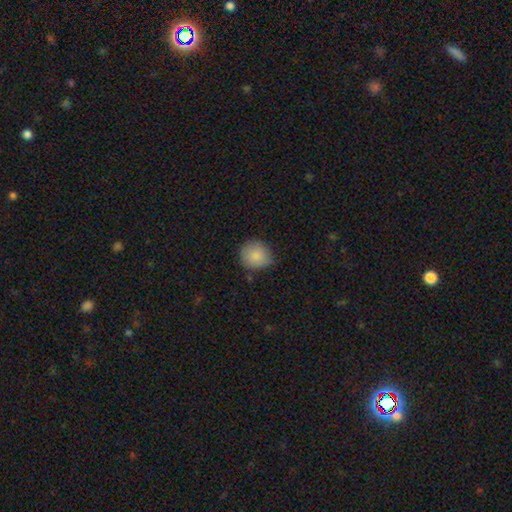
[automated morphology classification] The model was most divided on "merging": none: 69%, minor disturbance: 25%, major disturbance: 4%, merger: 2%. More confident: smooth or featured — smooth (86%); how rounded — round (86%).